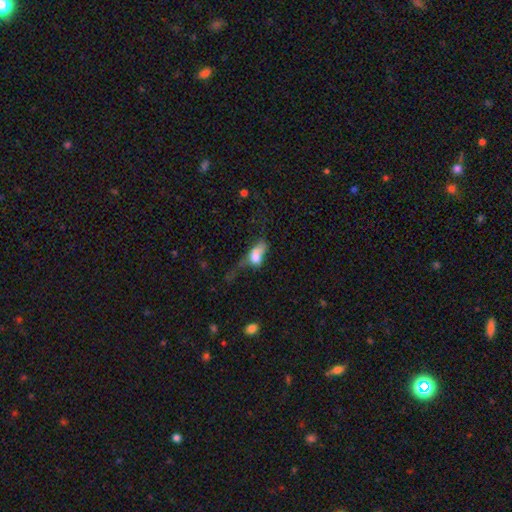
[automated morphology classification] This appears to be a smooth galaxy with no disk features (68%) that is in between round and cigar-shaped (80%). Merging: major disturbance (53%).